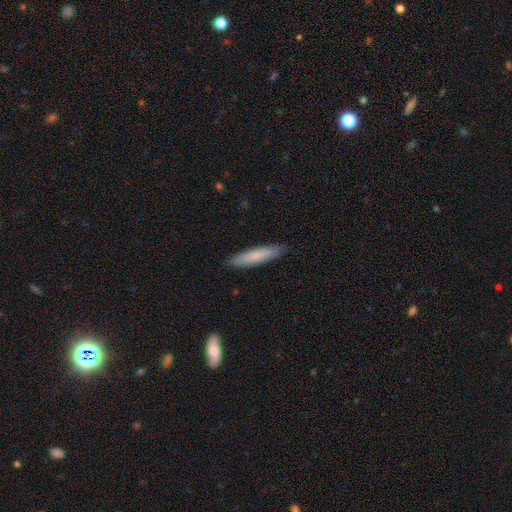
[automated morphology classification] Smooth or featured? Predicted: smooth (p=0.76). How rounded? Predicted: cigar-shaped (p=0.83). Merging? Predicted: none (p=0.88).